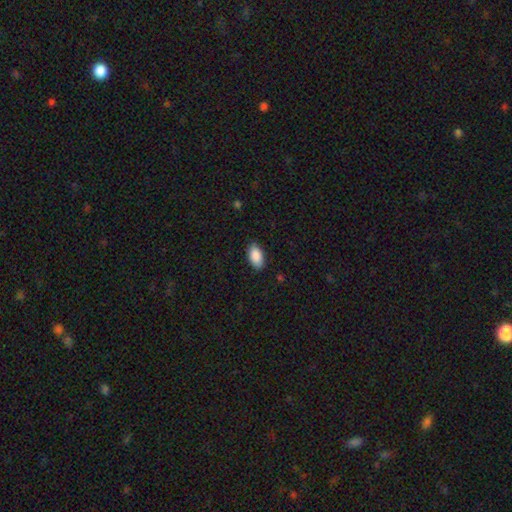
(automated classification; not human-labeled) A smooth galaxy with no disk features (89%) that is in between round and cigar-shaped (94%). Merging: none (86%).